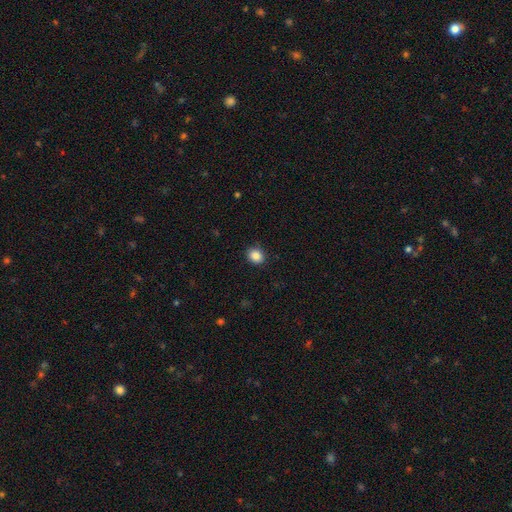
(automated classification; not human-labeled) Smooth or featured? smooth (86%)
How rounded? round (70%)
Merging? none (89%)